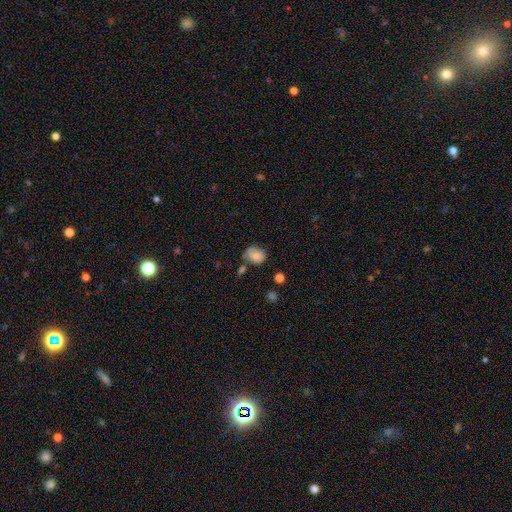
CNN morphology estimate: Smooth or featured? smooth (64%)
How rounded? round (55%)
Merging? none (55%)